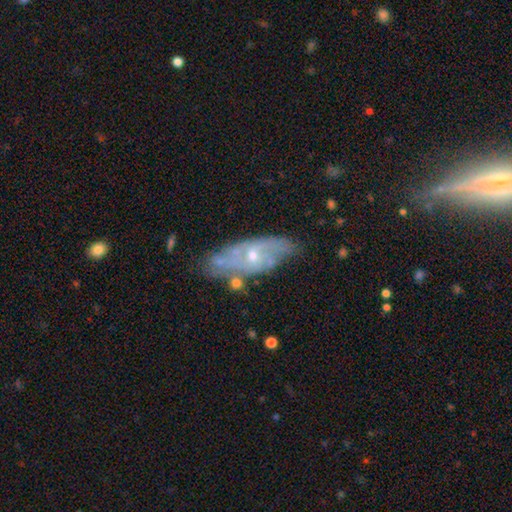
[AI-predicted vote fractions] Overall: featured or disk (71%). Edge-on disk: no (81%). Bar: no (66%; weak 28%). Spiral arms: yes (76%). Bulge size: small (60%; moderate 36%). Merging: none (68%).